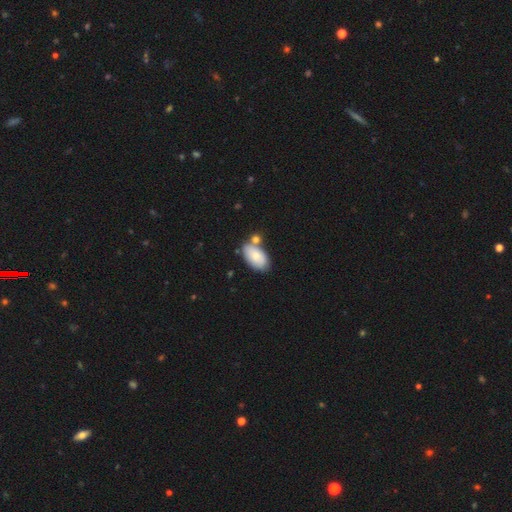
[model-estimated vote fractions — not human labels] smooth 72%, featured or disk 22%, star or artifact 6%. Down the decision tree: how rounded — in between (94%); merging — none (59%).